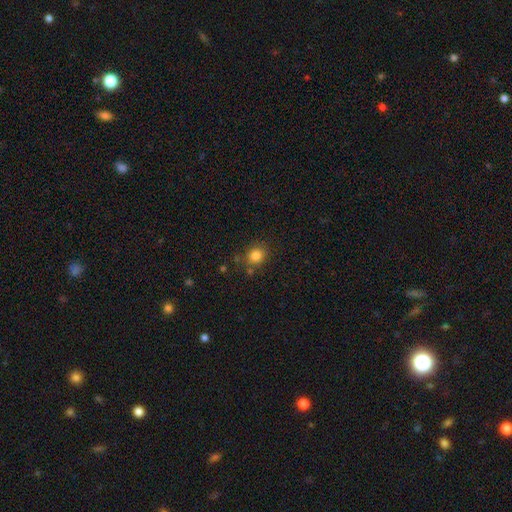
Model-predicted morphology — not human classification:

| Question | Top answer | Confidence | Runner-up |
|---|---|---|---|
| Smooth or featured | smooth | 82% | star or artifact (12%) |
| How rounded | round | 75% | in between (25%) |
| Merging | none | 80% | minor disturbance (11%) |